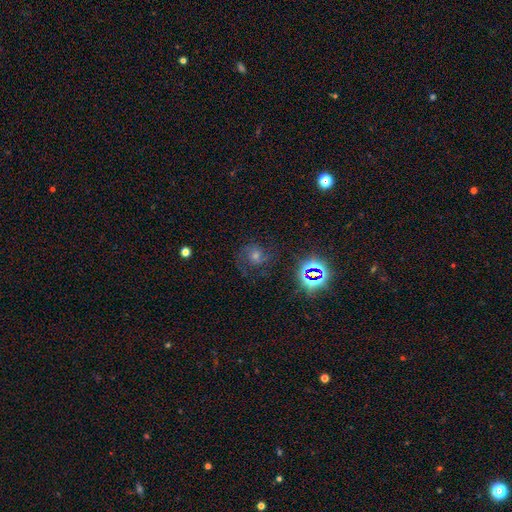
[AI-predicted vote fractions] featured or disk 52%, star or artifact 31%, smooth 18%. Down the decision tree: edge-on disk — no (96%); merging — none (66%).